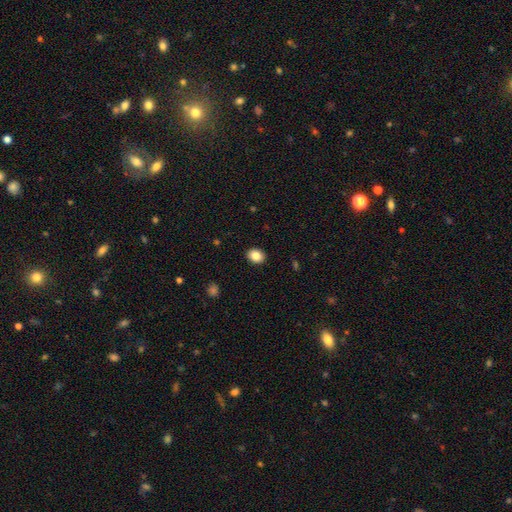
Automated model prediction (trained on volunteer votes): smooth_or_featured: smooth (p=0.85) [alt: star or artifact p=0.09]
how_rounded: in between (p=0.54) [alt: round p=0.45]
merging: none (p=0.91) [alt: minor disturbance p=0.07]